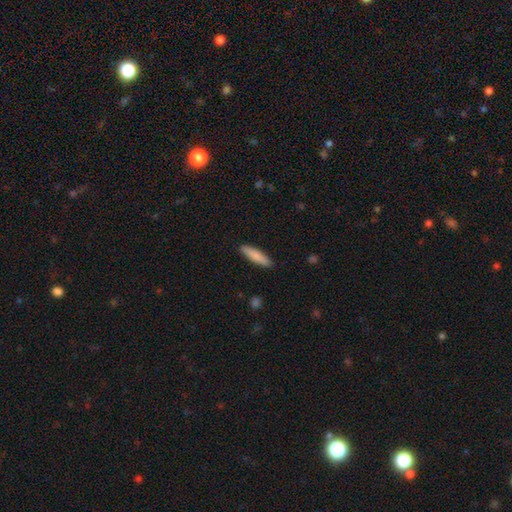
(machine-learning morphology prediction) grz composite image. It shows a smooth galaxy with no disk features (82%) that is cigar-shaped (75%). Merging: none (89%).